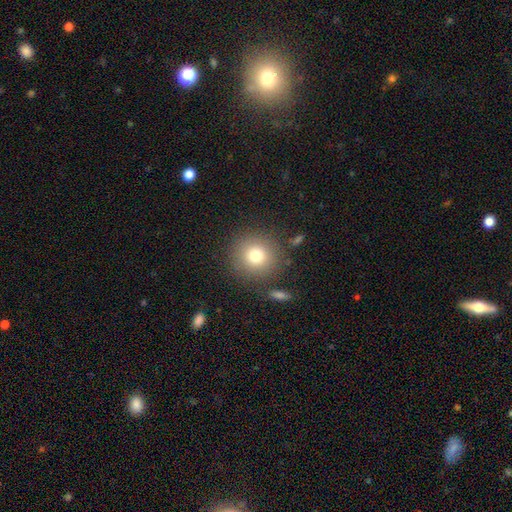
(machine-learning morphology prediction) A smooth galaxy with no disk features (78%) that is round (93%).

Vote fractions:
- Smooth or featured? smooth: 78% / star or artifact: 12% / featured or disk: 10%
- How rounded? round: 93% / in between: 6% / cigar-shaped: 1%
- Merging? none: 85% / minor disturbance: 8% / major disturbance: 4% / merger: 3%